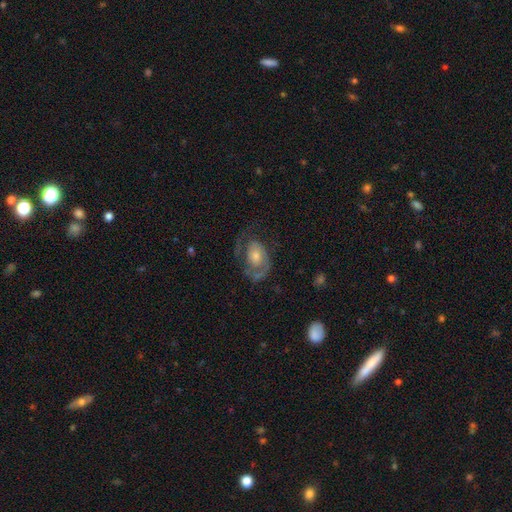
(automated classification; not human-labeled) smooth_or_featured: featured or disk (p=0.75) [alt: smooth p=0.18]
disk_edge_on: no (p=0.96) [alt: yes p=0.04]
bar: no (p=0.73) [alt: weak p=0.22]
has_spiral_arms: yes (p=0.86) [alt: no p=0.14]
spiral_winding: medium (p=0.42) [alt: tight p=0.38]
spiral_arm_count: 2 (p=0.49) [alt: 1 p=0.31]
bulge_size: moderate (p=0.52) [alt: small p=0.31]
merging: none (p=0.55) [alt: major disturbance p=0.25]